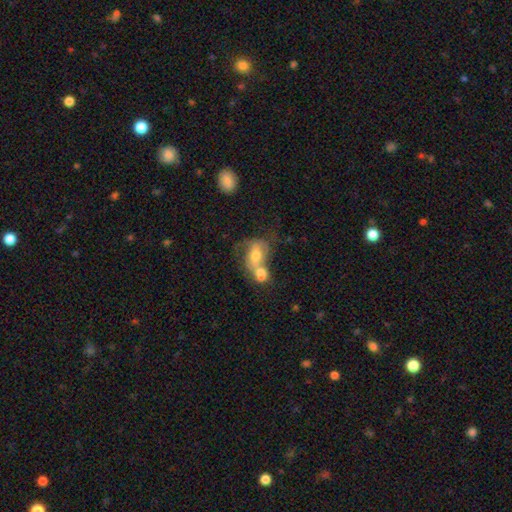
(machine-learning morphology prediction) This appears to be a smooth galaxy with no disk features (53%) that is in between round and cigar-shaped (68%). Merging: merger (65%).